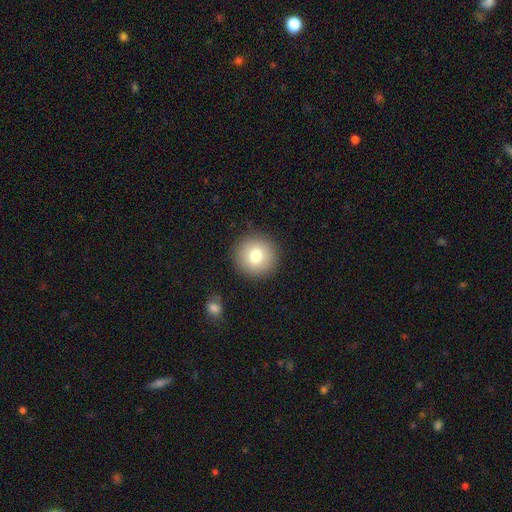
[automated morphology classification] smooth_or_featured: smooth (p=0.78) [alt: featured or disk p=0.12]
how_rounded: round (p=0.95) [alt: in between p=0.04]
merging: none (p=0.90) [alt: minor disturbance p=0.06]